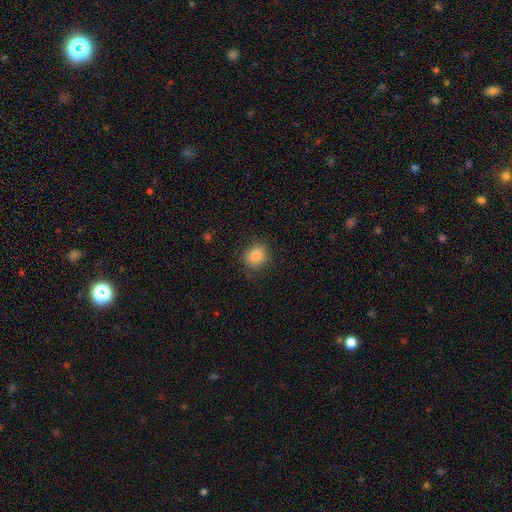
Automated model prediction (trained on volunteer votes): This is clearly a smooth galaxy (86%). How rounded: likely round (73%). Merging: clearly none (84%).